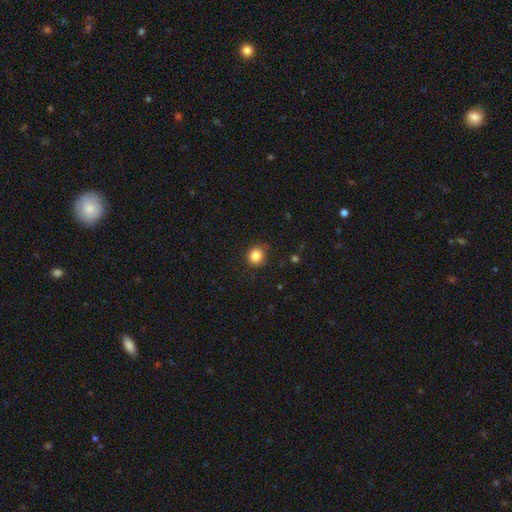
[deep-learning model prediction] A smooth galaxy with no disk features (84%) that is round (81%).

Vote fractions:
- Smooth or featured? smooth: 84% / star or artifact: 11% / featured or disk: 5%
- How rounded? round: 81% / in between: 18% / cigar-shaped: 1%
- Merging? none: 84% / minor disturbance: 13% / major disturbance: 3% / merger: 1%